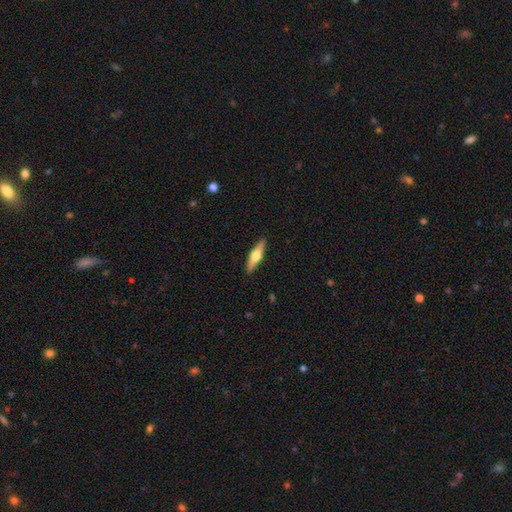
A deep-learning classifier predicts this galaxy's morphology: smooth-or-featured: featured or disk: 57% | smooth: 38% | star or artifact: 5%
  disk-edge-on: yes: 94% | no: 6%
    edge-on-bulge: rounded: 95% | boxy: 3% | none: 2%
  merging: none: 91% | minor disturbance: 7% | major disturbance: 1% | merger: 1%